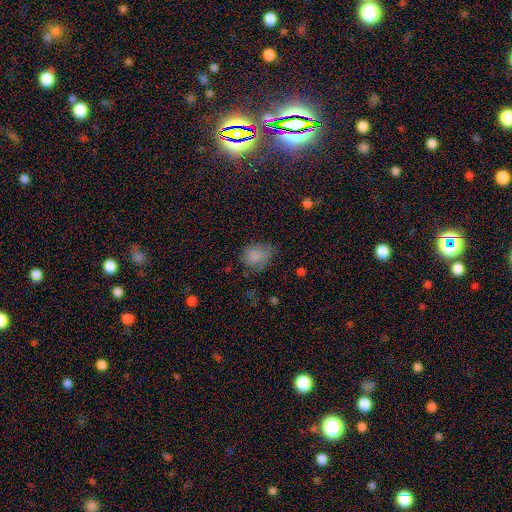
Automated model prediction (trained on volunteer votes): Smooth or featured: smooth — 76% (star or artifact — 12%)
How rounded: in between — 56% (round — 43%)
Merging: none — 48% (minor disturbance — 32%)